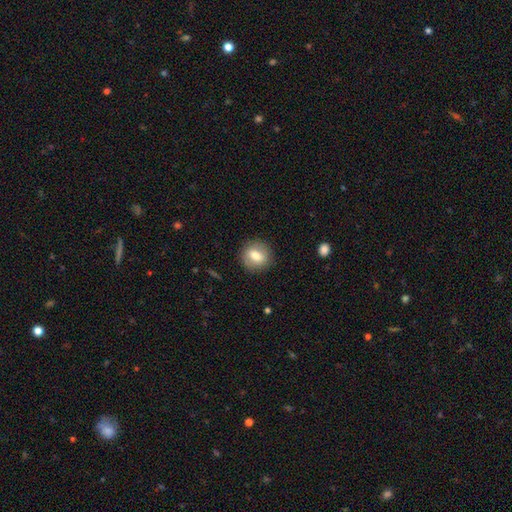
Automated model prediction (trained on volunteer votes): Smooth or featured: smooth — 69% (featured or disk — 23%)
How rounded: round — 77% (in between — 22%)
Merging: none — 87% (minor disturbance — 9%)